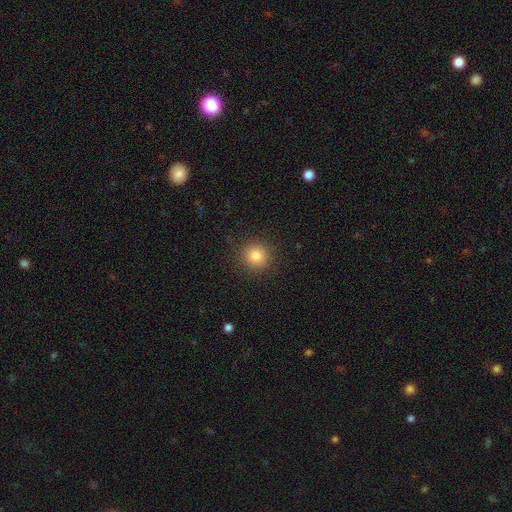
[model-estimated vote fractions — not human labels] Smooth or featured?
  - smooth: 82% *
  - star or artifact: 12%
  - featured or disk: 6%
How rounded?
  - round: 92% *
  - in between: 7%
  - cigar-shaped: 1%
Merging?
  - none: 90% *
  - minor disturbance: 6%
  - major disturbance: 2%
  - merger: 1%